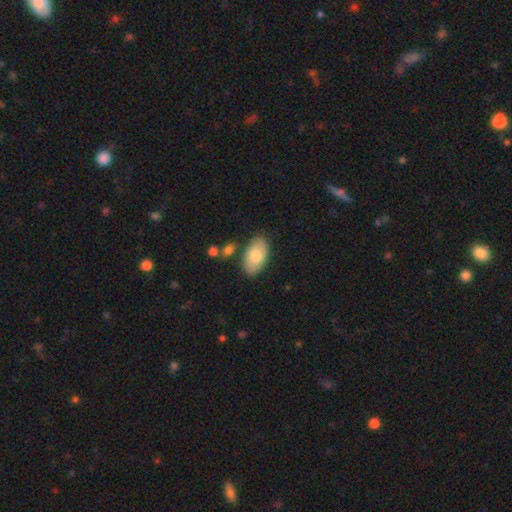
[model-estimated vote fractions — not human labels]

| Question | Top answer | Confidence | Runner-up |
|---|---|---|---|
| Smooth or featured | smooth | 76% | featured or disk (18%) |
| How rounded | in between | 94% | round (4%) |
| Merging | none | 80% | minor disturbance (12%) |